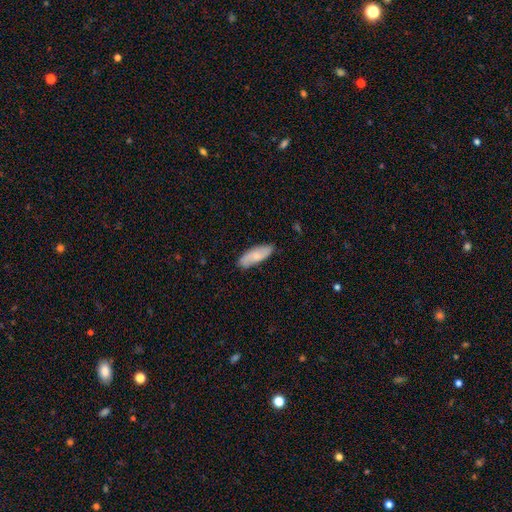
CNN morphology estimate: smooth 71%, featured or disk 24%, star or artifact 6%. Down the decision tree: how rounded — in between (66%); merging — none (83%).